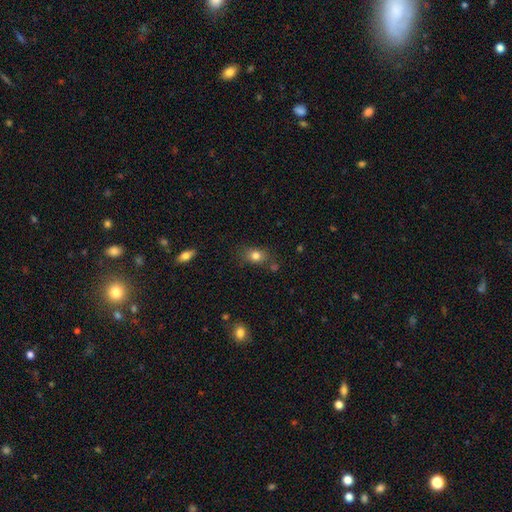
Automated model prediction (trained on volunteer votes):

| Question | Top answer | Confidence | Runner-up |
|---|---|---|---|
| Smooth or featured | smooth | 79% | star or artifact (11%) |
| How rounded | in between | 63% | round (35%) |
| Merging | none | 72% | minor disturbance (17%) |